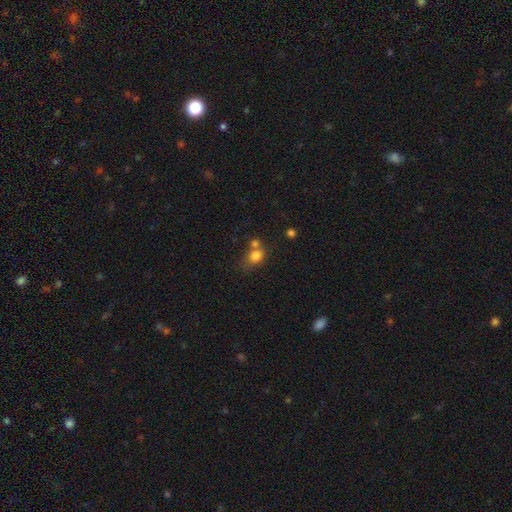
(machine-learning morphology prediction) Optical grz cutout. It shows a smooth galaxy with no disk features (79%) that is round (54%). Merging: merger (40%).